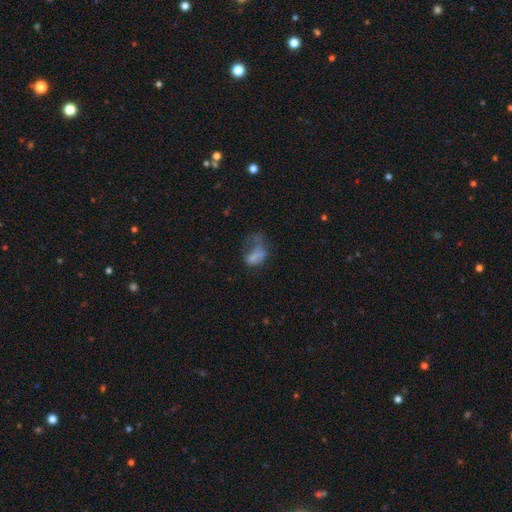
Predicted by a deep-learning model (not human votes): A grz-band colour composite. It shows a smooth galaxy with no disk features (62%) that is in between round and cigar-shaped (86%). Merging: major disturbance (56%).